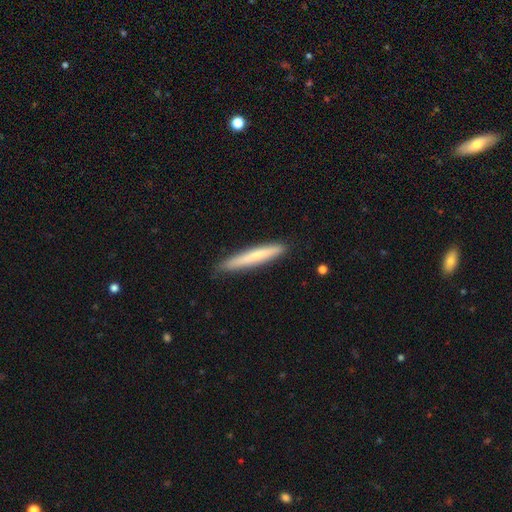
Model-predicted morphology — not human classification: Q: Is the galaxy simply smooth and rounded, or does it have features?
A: smooth — 64%.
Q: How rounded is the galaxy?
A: cigar-shaped — 95%.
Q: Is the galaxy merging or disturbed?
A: none — 89%.